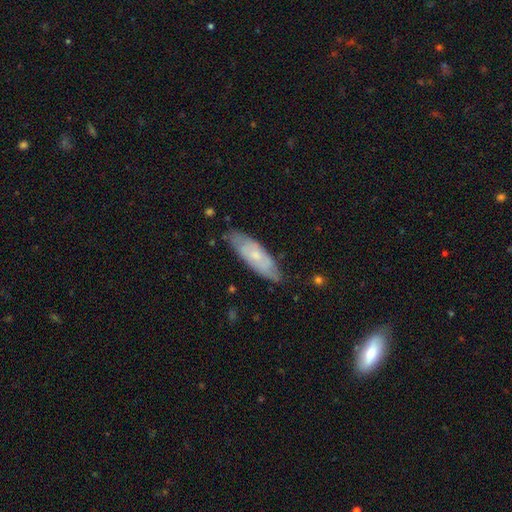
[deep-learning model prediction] Smooth or featured? Predicted: smooth (p=0.47, tied with featured or disk). Merging? Predicted: none (p=0.73).